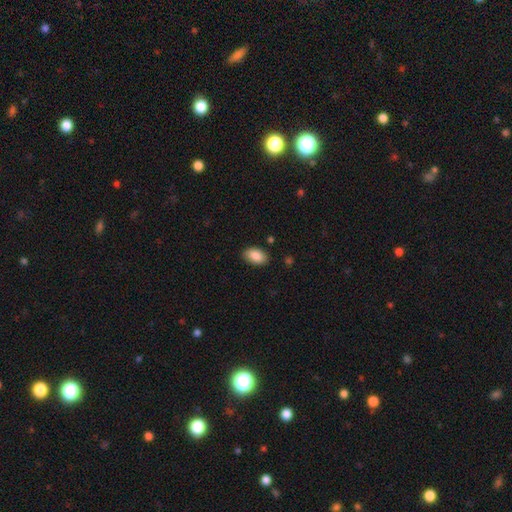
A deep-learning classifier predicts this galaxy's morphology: Smooth or featured?
  - smooth: 88% *
  - star or artifact: 7%
  - featured or disk: 6%
How rounded?
  - in between: 93% *
  - round: 5%
  - cigar-shaped: 2%
Merging?
  - none: 85% *
  - minor disturbance: 11%
  - major disturbance: 2%
  - merger: 1%